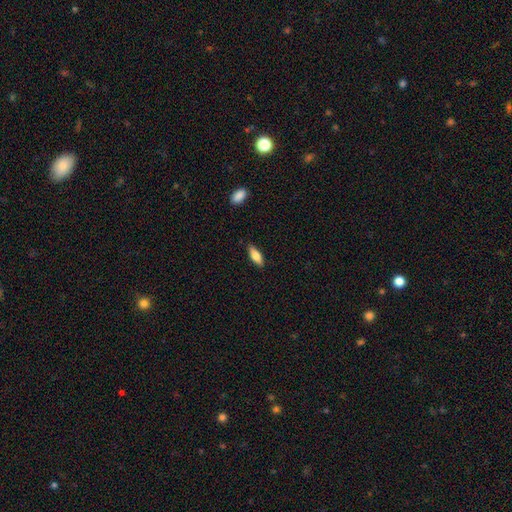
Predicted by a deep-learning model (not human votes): This is likely a smooth galaxy (72%). How rounded: likely in between (67%). Merging: clearly none (86%).